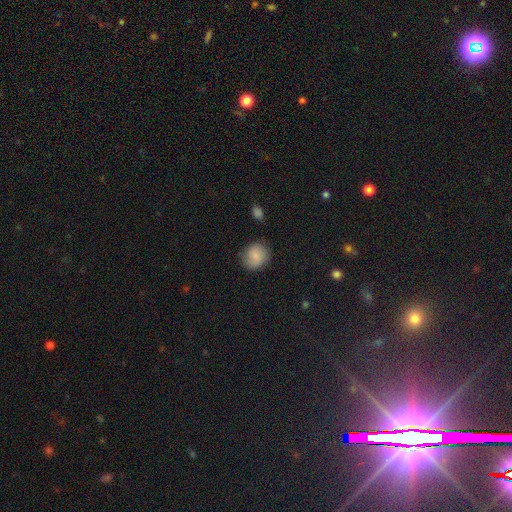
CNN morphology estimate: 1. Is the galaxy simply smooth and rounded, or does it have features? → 82% smooth, 10% featured or disk, 8% star or artifact.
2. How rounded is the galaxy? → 79% round, 20% in between, 1% cigar-shaped.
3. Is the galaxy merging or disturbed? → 80% none, 15% minor disturbance, 4% major disturbance, 2% merger.